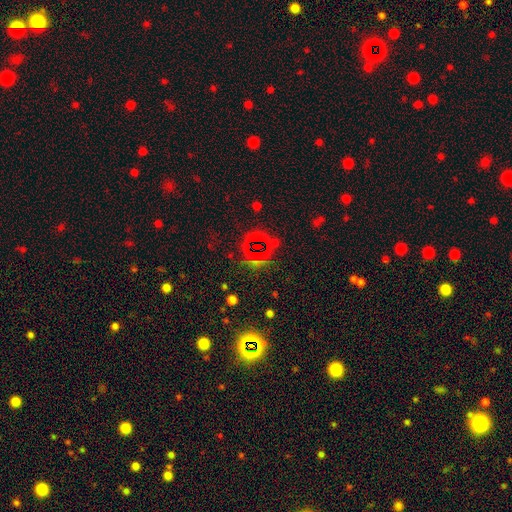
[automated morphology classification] Smooth or featured? Predicted: star or artifact (p=0.67).